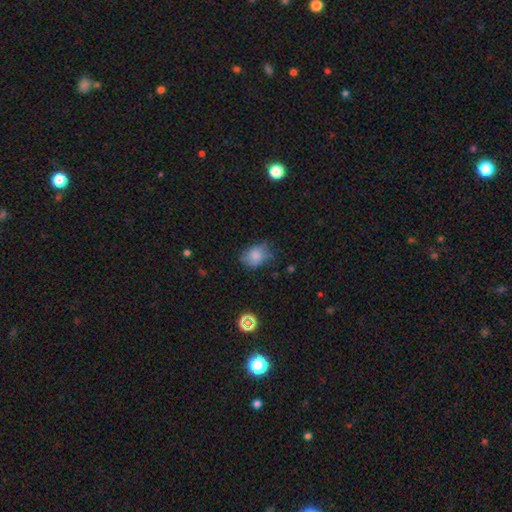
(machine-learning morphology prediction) The model was most divided on "merging": none: 64%, minor disturbance: 27%, major disturbance: 7%, merger: 2%. More confident: smooth or featured — smooth (79%); how rounded — in between (70%).